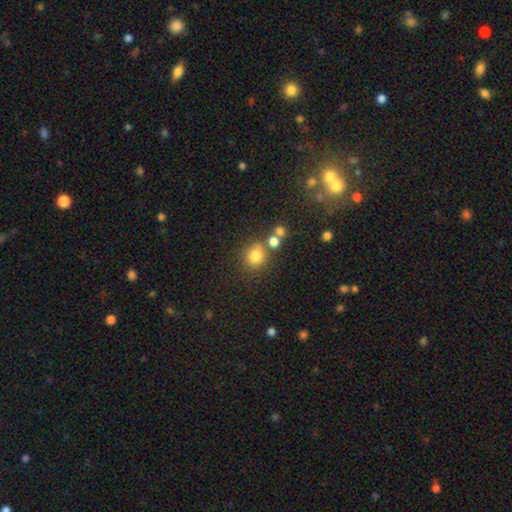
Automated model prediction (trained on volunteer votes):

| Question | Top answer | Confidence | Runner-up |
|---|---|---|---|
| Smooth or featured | smooth | 78% | star or artifact (14%) |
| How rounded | round | 82% | in between (17%) |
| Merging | none | 66% | merger (18%) |